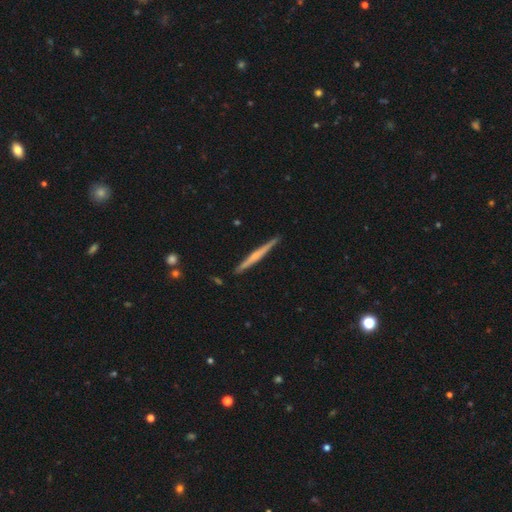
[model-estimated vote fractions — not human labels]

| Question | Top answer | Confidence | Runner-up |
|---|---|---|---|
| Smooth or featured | featured or disk | 60% | smooth (35%) |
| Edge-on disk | yes | 98% | no (2%) |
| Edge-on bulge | none | 52% | rounded (39%) |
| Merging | none | 90% | minor disturbance (7%) |